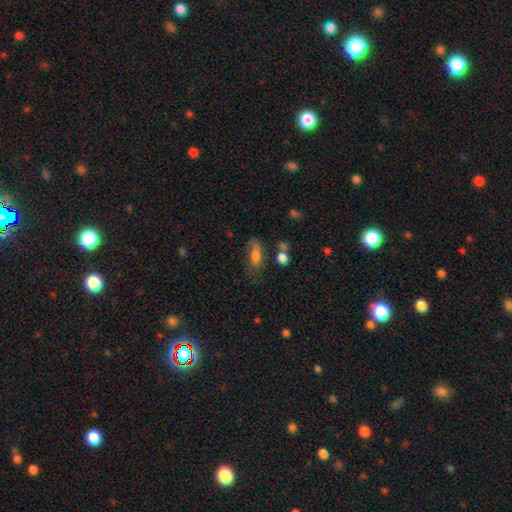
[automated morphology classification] Smooth or featured? Predicted: smooth (p=0.71). How rounded? Predicted: in between (p=0.71). Merging? Predicted: none (p=0.53).